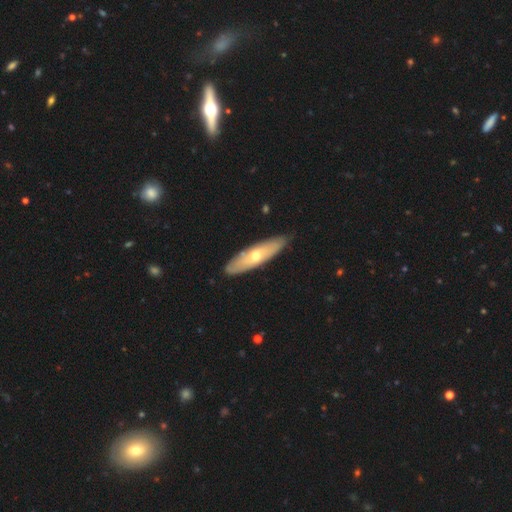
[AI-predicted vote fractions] Morphology: type=featured or disk (48%); merging=none (86%).